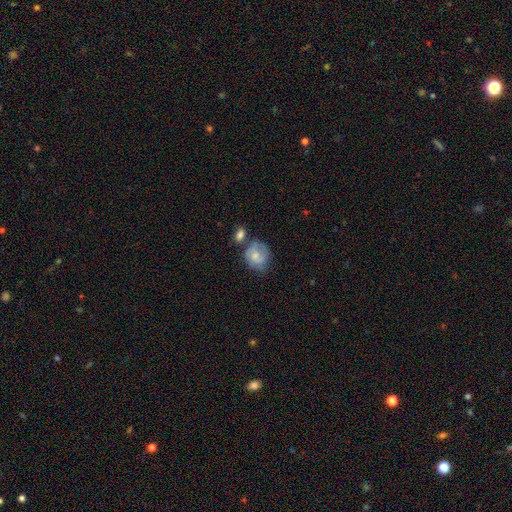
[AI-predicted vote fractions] smooth 51%, featured or disk 42%, star or artifact 8%. Down the decision tree: how rounded — round (66%); merging — none (48%).